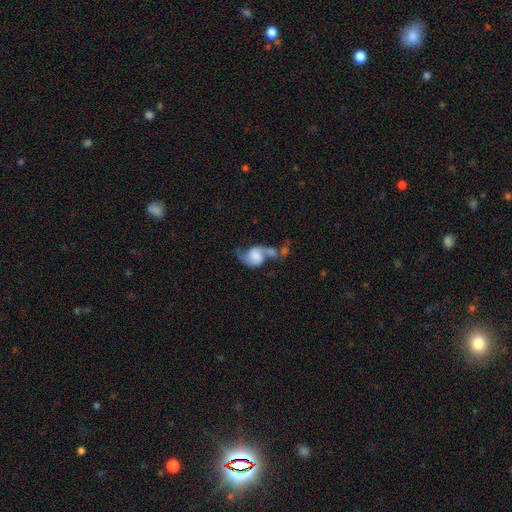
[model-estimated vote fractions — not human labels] smooth-or-featured: featured or disk: 64% | smooth: 29% | star or artifact: 8%
  disk-edge-on: no: 97% | yes: 3%
    bar: no: 68% | weak: 25% | strong: 7%
    has-spiral-arms: yes: 88% | no: 12%
      spiral-winding: loose: 69% | medium: 24% | tight: 7%
      spiral-arm-count: 2: 80% | 1: 13% | can't tell: 4% | 3: 1% | 4: 1% | more than 4: 1%
    bulge-size: none: 29% | large: 27% | moderate: 15% | dominant: 15% | small: 15%
  merging: merger: 38% | none: 27% | major disturbance: 20% | minor disturbance: 15%